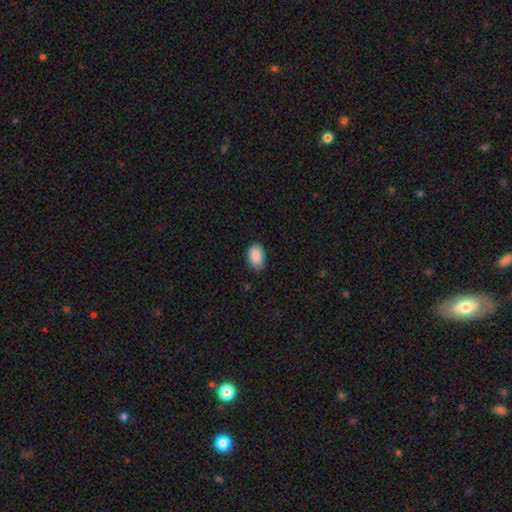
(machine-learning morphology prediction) The model was most divided on "merging": none: 77%, minor disturbance: 19%, major disturbance: 3%, merger: 1%. More confident: smooth or featured — smooth (90%); how rounded — in between (88%).